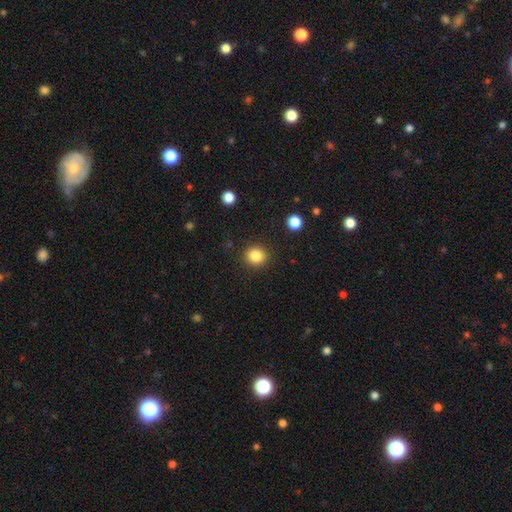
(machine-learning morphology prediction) Overall: smooth (85%). How rounded: round (87%). Merging: none (90%).